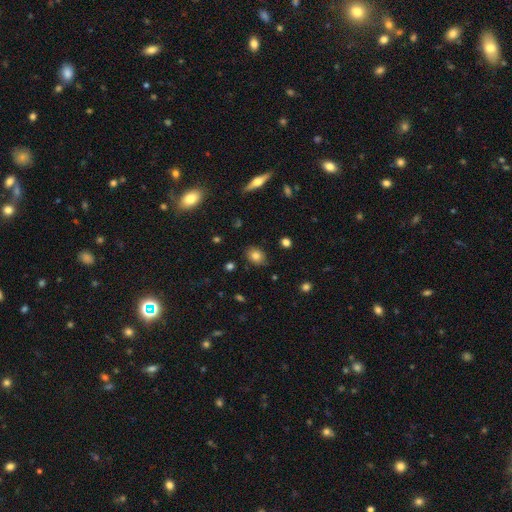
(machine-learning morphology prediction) smooth 80%, star or artifact 11%, featured or disk 9%. Down the decision tree: how rounded — in between (57%); merging — none (84%).